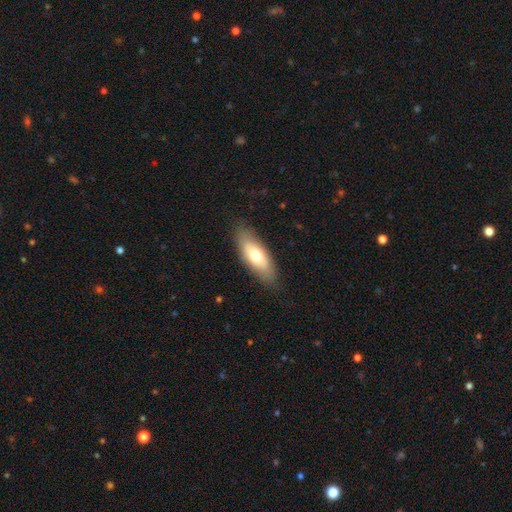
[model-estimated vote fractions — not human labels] The model was most divided on "smooth or featured": smooth: 66%, featured or disk: 28%, star or artifact: 6%. More confident: merging — none (84%); how rounded — in between (72%).